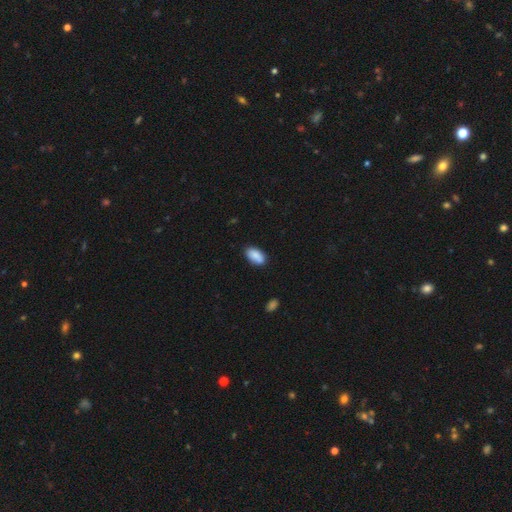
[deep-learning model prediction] The model was most divided on "merging": none: 80%, minor disturbance: 15%, major disturbance: 3%, merger: 2%. More confident: how rounded — in between (93%); smooth or featured — smooth (88%).